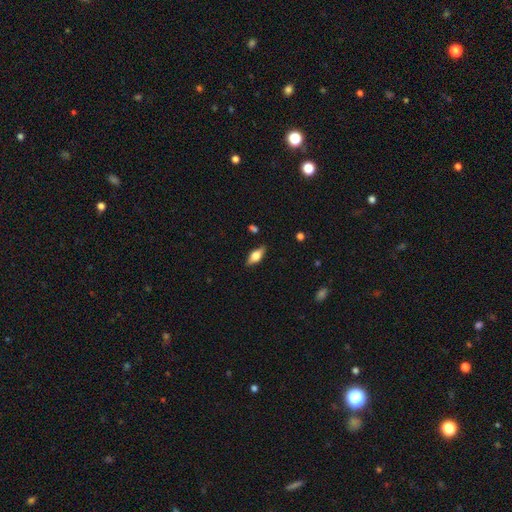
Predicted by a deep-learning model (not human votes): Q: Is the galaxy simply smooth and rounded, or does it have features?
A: smooth — 57%.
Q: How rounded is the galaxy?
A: in between — 77%.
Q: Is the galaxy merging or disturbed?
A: none — 86%.